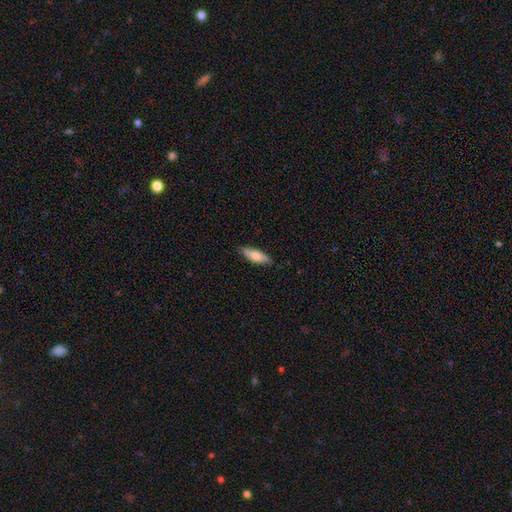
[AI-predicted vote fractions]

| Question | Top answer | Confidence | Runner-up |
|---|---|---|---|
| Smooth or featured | smooth | 68% | featured or disk (26%) |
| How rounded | in between | 59% | cigar-shaped (39%) |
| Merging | none | 81% | minor disturbance (16%) |